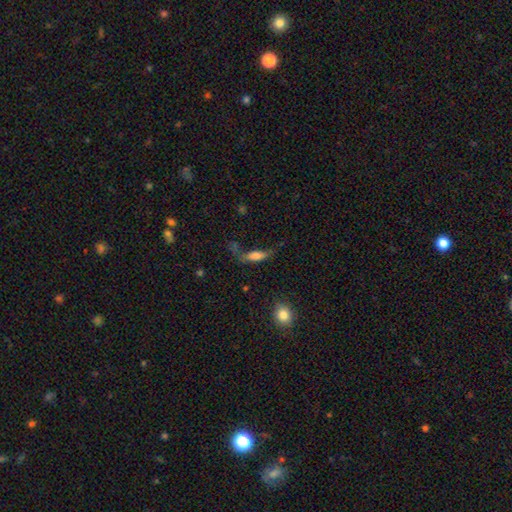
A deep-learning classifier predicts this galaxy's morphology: Smooth or featured? Predicted: smooth (p=0.68). How rounded? Predicted: in between (p=0.55). Merging? Predicted: none (p=0.43).